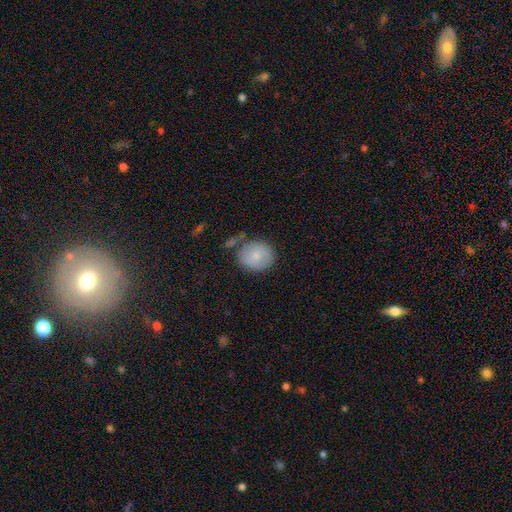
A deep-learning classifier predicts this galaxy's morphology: Smooth or featured?
  - smooth: 77% *
  - featured or disk: 16%
  - star or artifact: 7%
How rounded?
  - round: 81% *
  - in between: 18%
  - cigar-shaped: 1%
Merging?
  - none: 71% *
  - minor disturbance: 16%
  - merger: 8%
  - major disturbance: 5%